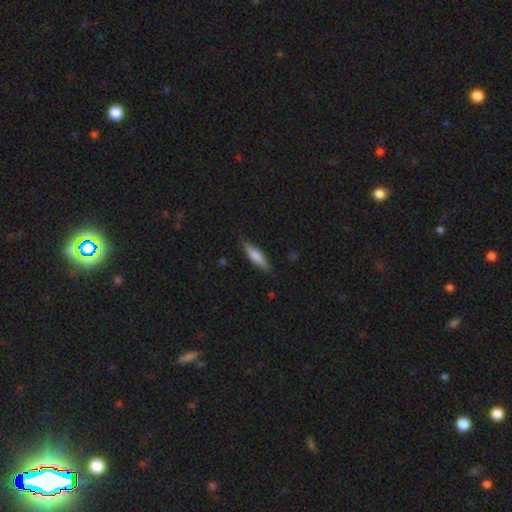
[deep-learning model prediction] smooth-or-featured: smooth: 76% | featured or disk: 18% | star or artifact: 6%
  how-rounded: cigar-shaped: 58% | in between: 41% | round: 2%
  merging: none: 79% | minor disturbance: 16% | major disturbance: 3% | merger: 1%